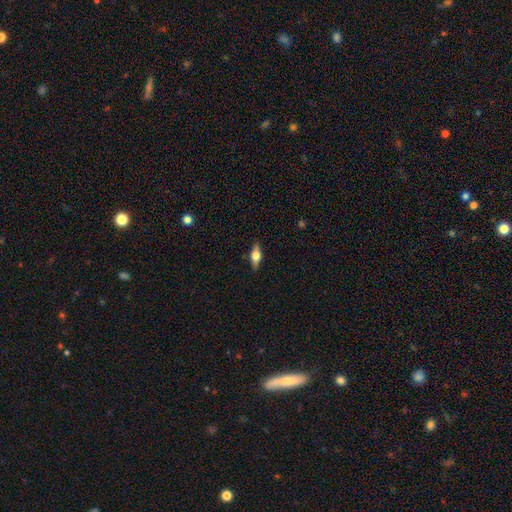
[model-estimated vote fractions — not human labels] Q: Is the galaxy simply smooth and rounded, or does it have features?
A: featured or disk — 53%.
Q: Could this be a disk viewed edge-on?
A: yes — 93%.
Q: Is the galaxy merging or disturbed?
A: none — 89%.